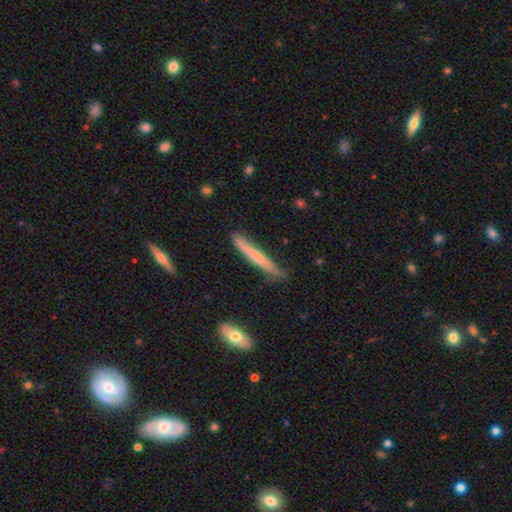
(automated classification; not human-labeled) Smooth or featured? smooth (56%)
How rounded? cigar-shaped (95%)
Merging? none (80%)